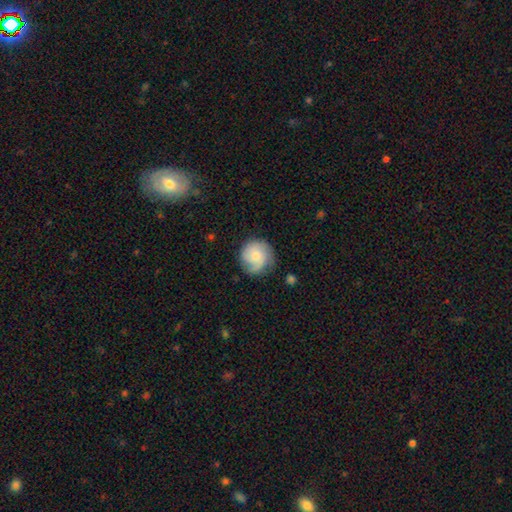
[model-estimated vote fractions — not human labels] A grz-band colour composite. It shows a smooth galaxy with no disk features (47%). Merging: none (68%).